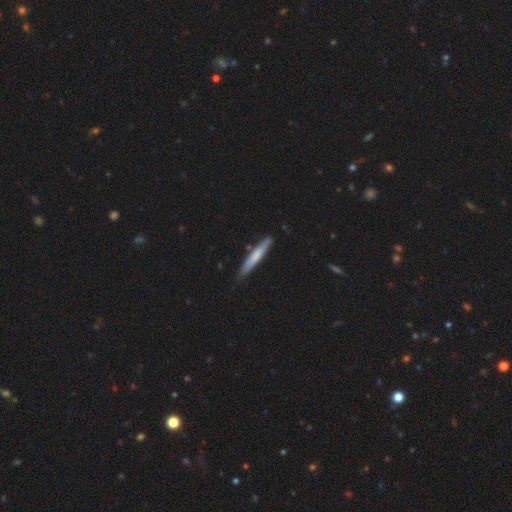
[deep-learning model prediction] Overall: smooth (65%; featured or disk 30%). How rounded: cigar-shaped (95%). Merging: none (83%).